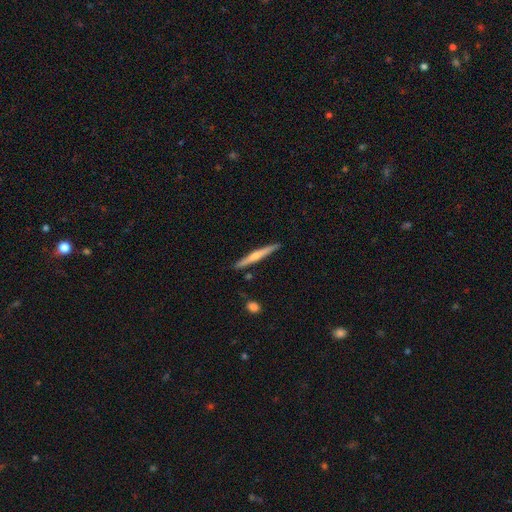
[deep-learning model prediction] The model was most divided on "smooth or featured": featured or disk: 51%, smooth: 43%, star or artifact: 5%. More confident: edge-on disk — yes (97%); merging — none (88%); edge-on bulge — rounded (67%).